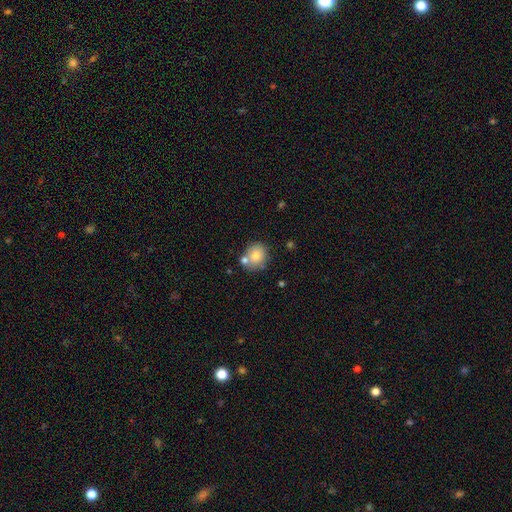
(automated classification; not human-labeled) A smooth galaxy with no disk features (78%) that is round (73%).

Vote fractions:
- Smooth or featured? smooth: 78% / featured or disk: 13% / star or artifact: 9%
- How rounded? round: 73% / in between: 26% / cigar-shaped: 1%
- Merging? none: 62% / merger: 20% / minor disturbance: 14% / major disturbance: 4%